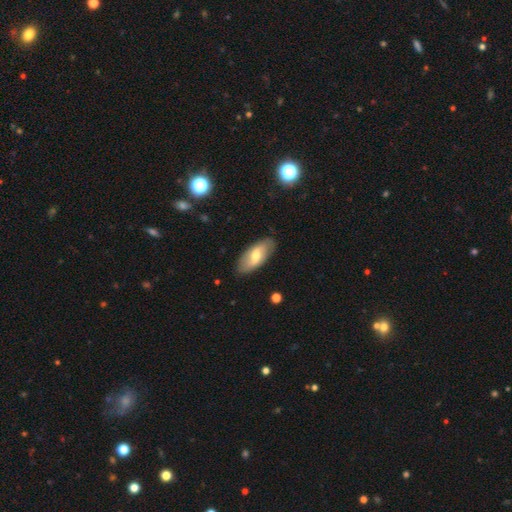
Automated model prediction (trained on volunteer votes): Q: Smooth or featured?
A: smooth (48%); runner-up: featured or disk (46%)
Q: Merging?
A: none (85%); runner-up: minor disturbance (11%)